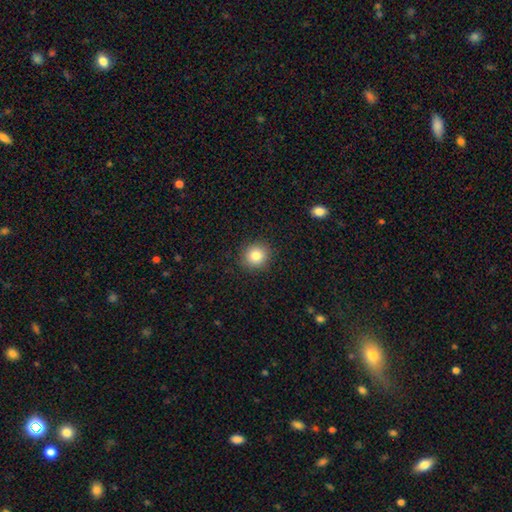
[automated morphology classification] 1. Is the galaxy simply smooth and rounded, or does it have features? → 84% smooth, 10% star or artifact, 6% featured or disk.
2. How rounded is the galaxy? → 89% round, 10% in between, 1% cigar-shaped.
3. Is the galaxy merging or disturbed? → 90% none, 7% minor disturbance, 2% major disturbance, 1% merger.